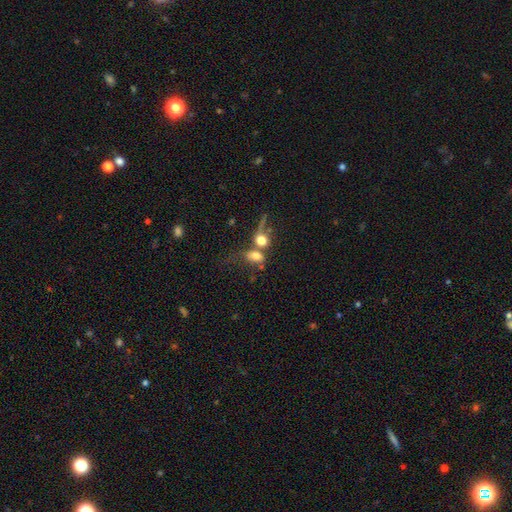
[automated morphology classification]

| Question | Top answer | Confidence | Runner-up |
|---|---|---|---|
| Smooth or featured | smooth | 71% | featured or disk (17%) |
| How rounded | in between | 64% | round (33%) |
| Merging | merger | 55% | none (22%) |